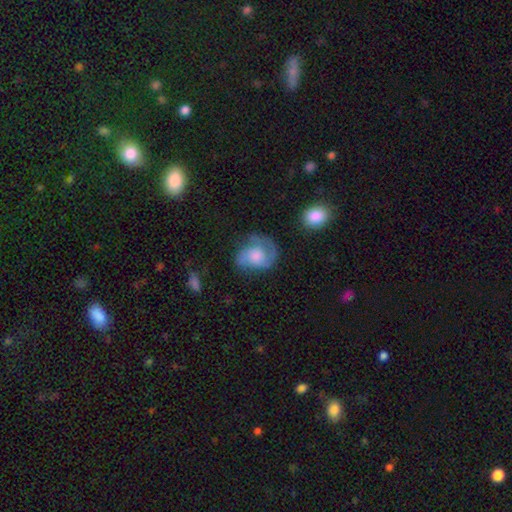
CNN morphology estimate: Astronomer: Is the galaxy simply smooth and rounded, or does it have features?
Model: featured or disk — 65%.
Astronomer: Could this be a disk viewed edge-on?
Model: no — 97%.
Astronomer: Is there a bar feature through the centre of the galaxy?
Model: no — 73%.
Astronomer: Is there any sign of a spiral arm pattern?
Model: yes — 90%.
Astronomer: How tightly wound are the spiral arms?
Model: medium — 45% (runner-up: tight, 34%).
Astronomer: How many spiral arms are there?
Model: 2 — 65%.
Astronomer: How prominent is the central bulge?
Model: moderate — 40% (runner-up: small, 27%).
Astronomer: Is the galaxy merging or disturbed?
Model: none — 54%.